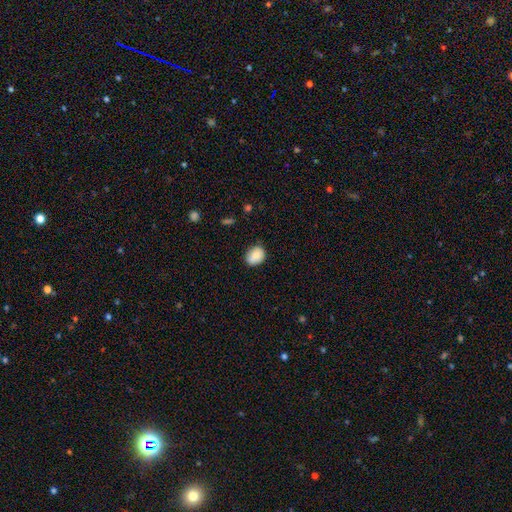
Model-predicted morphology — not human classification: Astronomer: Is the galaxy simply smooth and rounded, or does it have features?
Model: smooth — 85%.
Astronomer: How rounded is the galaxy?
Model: in between — 52% (runner-up: round, 47%).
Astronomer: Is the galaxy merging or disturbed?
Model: none — 74%.